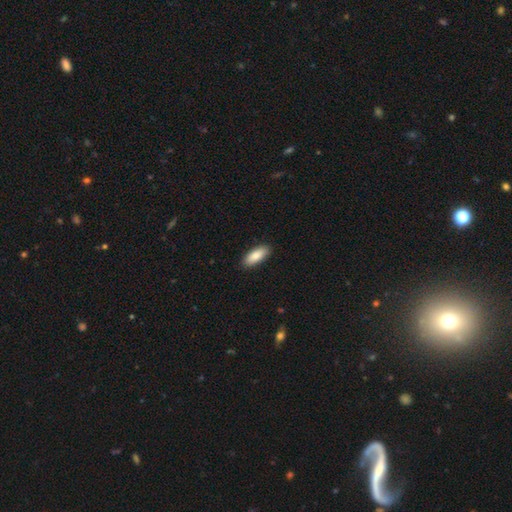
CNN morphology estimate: type=smooth (86%); roundness=in between (81%); merging=none (89%).